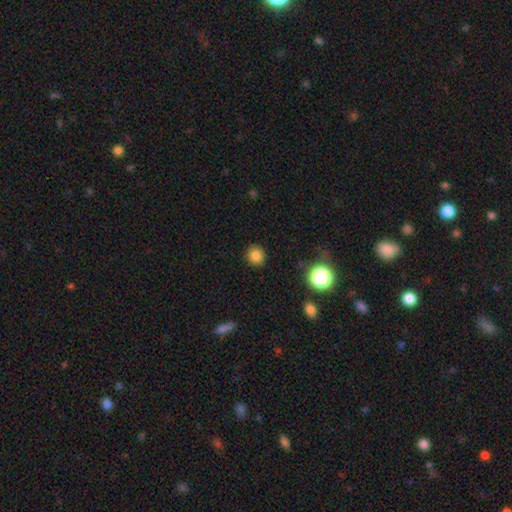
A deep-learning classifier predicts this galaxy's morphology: Smooth or featured? smooth (82%)
How rounded? round (91%)
Merging? none (91%)